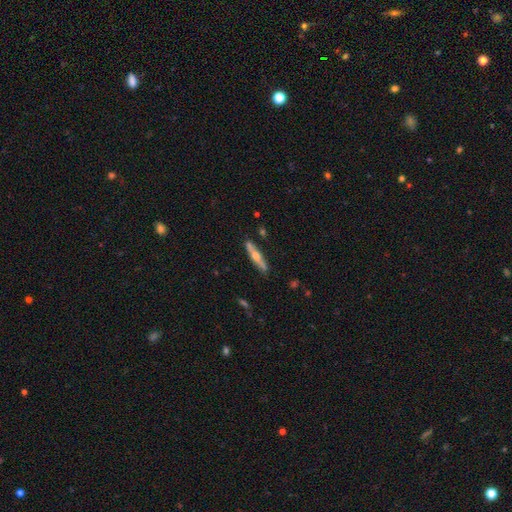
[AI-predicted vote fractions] Smooth or featured: featured or disk — 59% (smooth — 35%)
Edge-on disk: yes — 93% (no — 7%)
Edge-on bulge: rounded — 90% (none — 6%)
Merging: none — 84% (minor disturbance — 10%)